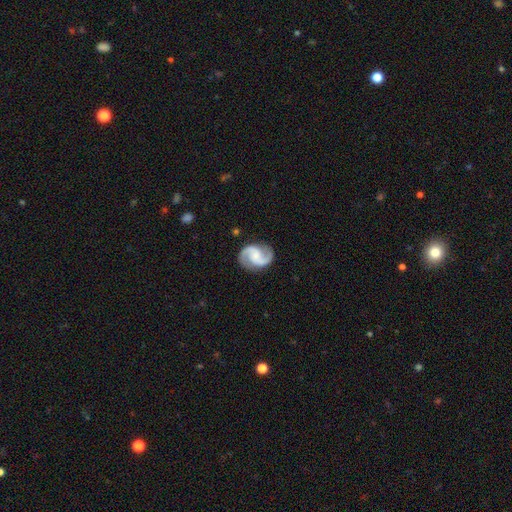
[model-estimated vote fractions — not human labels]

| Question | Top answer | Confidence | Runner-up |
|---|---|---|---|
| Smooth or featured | featured or disk | 90% | smooth (5%) |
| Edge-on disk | no | 98% | yes (2%) |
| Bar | no | 50% | weak (39%) |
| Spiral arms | yes | 98% | no (2%) |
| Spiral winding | medium | 55% | loose (28%) |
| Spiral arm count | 2 | 94% | can't tell (2%) |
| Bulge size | small | 45% | moderate (28%) |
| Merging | none | 85% | minor disturbance (11%) |